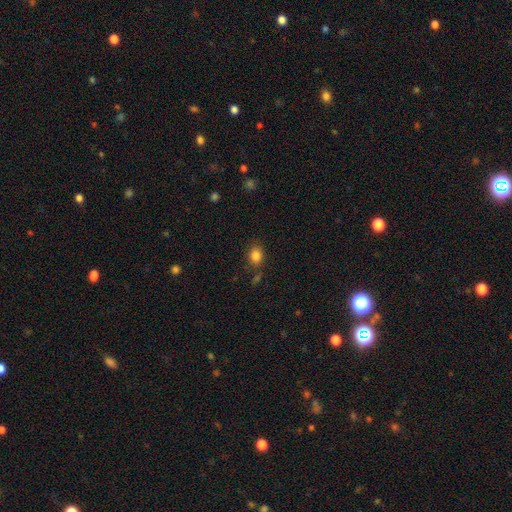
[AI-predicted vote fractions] Smooth or featured: smooth — 83% (star or artifact — 11%)
How rounded: in between — 55% (round — 44%)
Merging: none — 77% (minor disturbance — 14%)